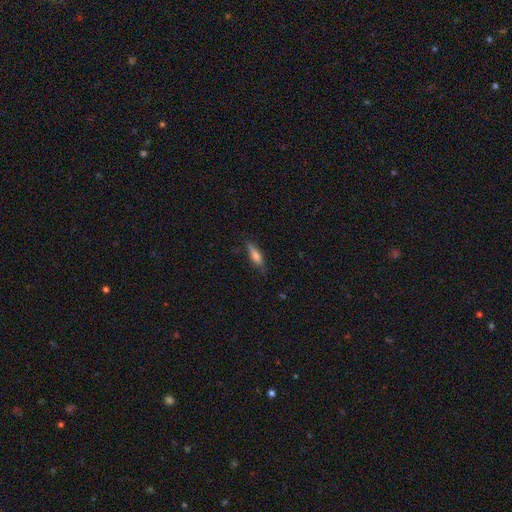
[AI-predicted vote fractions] This is likely a smooth galaxy (63%). How rounded: likely cigar-shaped (60%). Merging: likely none (75%).